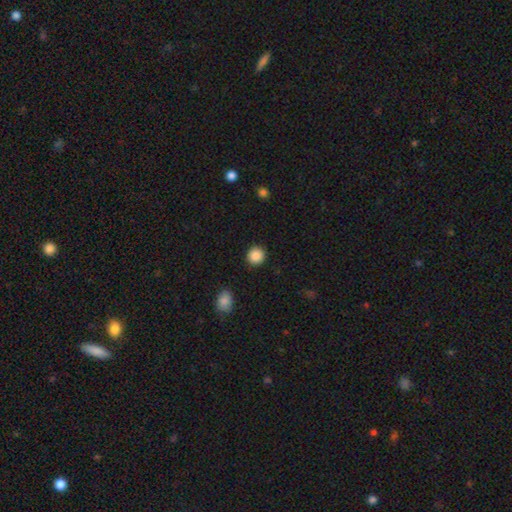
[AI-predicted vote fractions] A smooth galaxy with no disk features (88%) that is round (93%). Merging: none (91%).